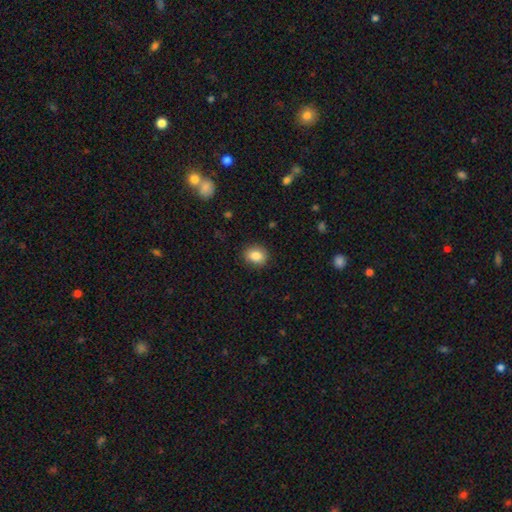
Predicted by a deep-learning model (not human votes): Smooth or featured: smooth — 85% (star or artifact — 9%)
How rounded: round — 52% (in between — 47%)
Merging: none — 88% (minor disturbance — 9%)